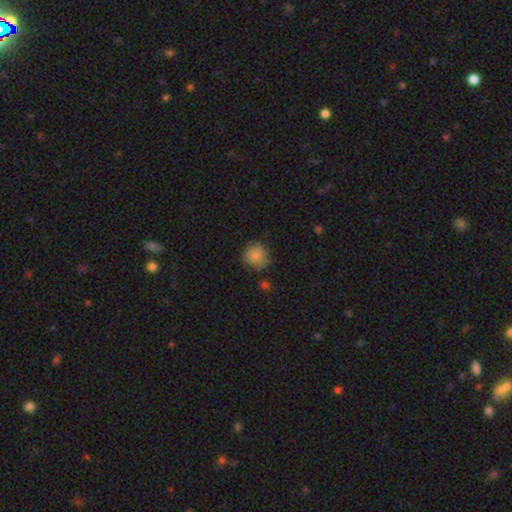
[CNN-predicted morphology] Smooth or featured: smooth — 84% (star or artifact — 8%)
How rounded: round — 89% (in between — 10%)
Merging: none — 76% (minor disturbance — 17%)